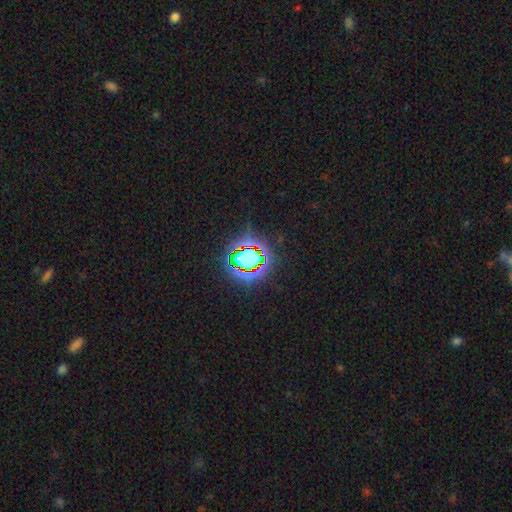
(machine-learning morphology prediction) A star or artifact, not a galaxy (80%).

Vote fractions:
- Smooth or featured? star or artifact: 80% / smooth: 13% / featured or disk: 7%